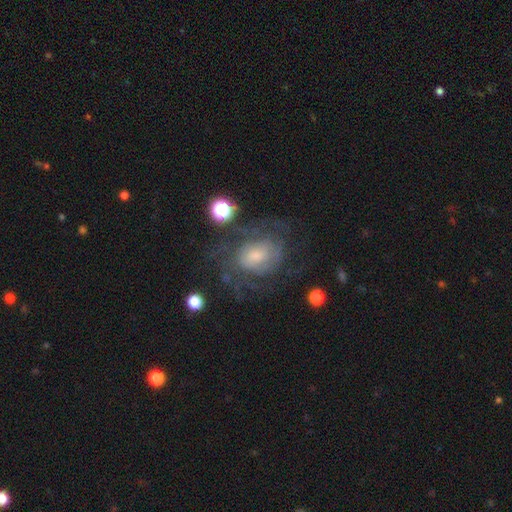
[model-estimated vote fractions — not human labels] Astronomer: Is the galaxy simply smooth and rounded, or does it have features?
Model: featured or disk — 68%.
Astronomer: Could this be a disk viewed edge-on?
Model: no — 97%.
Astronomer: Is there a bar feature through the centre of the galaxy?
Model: no — 62%.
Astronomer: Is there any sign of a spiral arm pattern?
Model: yes — 81%.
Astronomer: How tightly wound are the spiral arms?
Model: tight — 47% (runner-up: medium, 37%).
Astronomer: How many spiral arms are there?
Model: can't tell — 53%.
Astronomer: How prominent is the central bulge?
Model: small — 45% (runner-up: moderate, 36%).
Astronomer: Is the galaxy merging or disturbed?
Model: none — 58%.